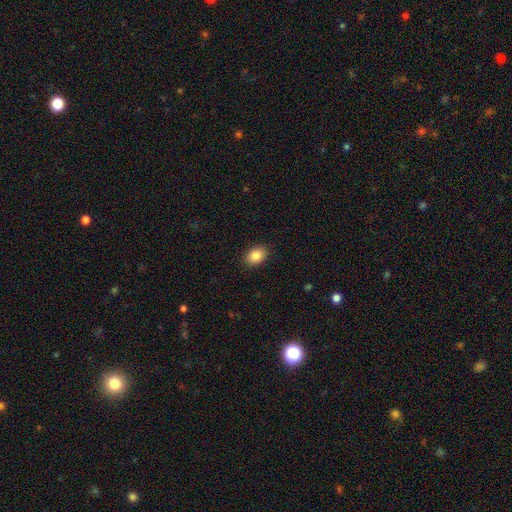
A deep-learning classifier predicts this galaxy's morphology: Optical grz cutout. It shows a smooth galaxy with no disk features (86%) that is in between round and cigar-shaped (80%). Merging: none (90%).